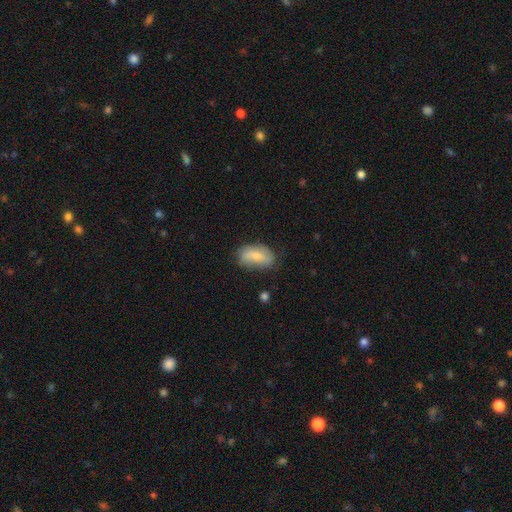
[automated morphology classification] The model was most divided on "merging": none: 64%, minor disturbance: 26%, major disturbance: 7%, merger: 2%. More confident: how rounded — in between (89%); smooth or featured — smooth (66%).